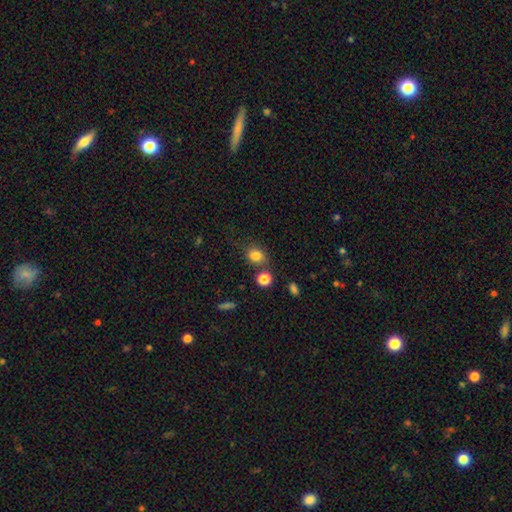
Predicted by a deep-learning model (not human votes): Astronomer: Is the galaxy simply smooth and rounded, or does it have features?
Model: smooth — 82%.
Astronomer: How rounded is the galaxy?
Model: round — 57% (runner-up: in between, 42%).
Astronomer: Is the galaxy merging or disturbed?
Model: none — 71%.